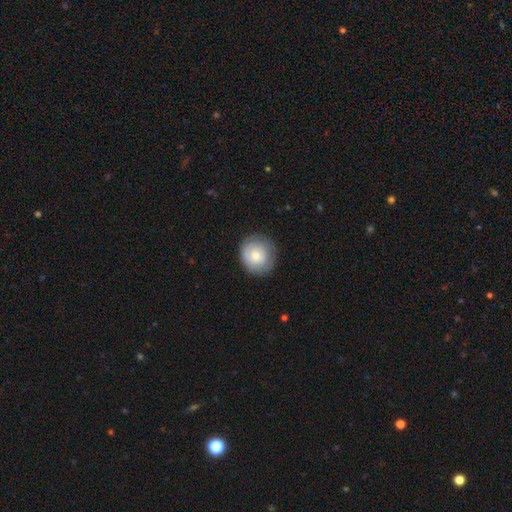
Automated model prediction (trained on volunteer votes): This appears to be a smooth galaxy with no disk features (60%) that is round (89%). Merging: none (81%).